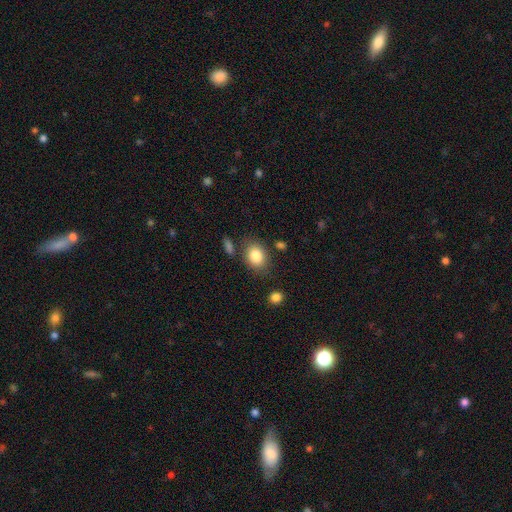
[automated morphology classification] Q: Smooth or featured?
A: smooth (85%); runner-up: star or artifact (8%)
Q: How rounded?
A: in between (64%); runner-up: round (35%)
Q: Merging?
A: none (75%); runner-up: minor disturbance (14%)